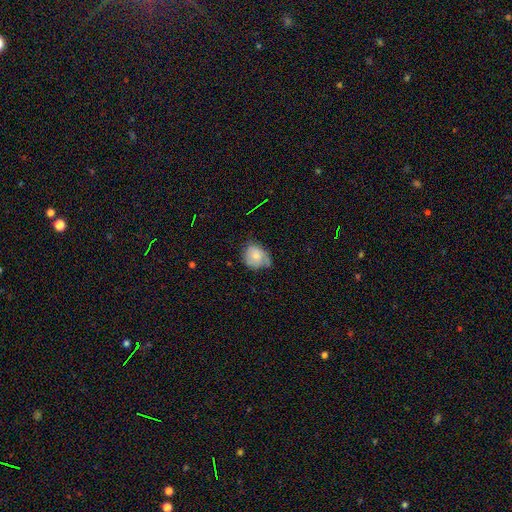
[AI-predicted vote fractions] smooth-or-featured: smooth: 63% | featured or disk: 28% | star or artifact: 8%
  how-rounded: round: 57% | in between: 42% | cigar-shaped: 1%
  merging: none: 44% | minor disturbance: 40% | major disturbance: 13% | merger: 3%